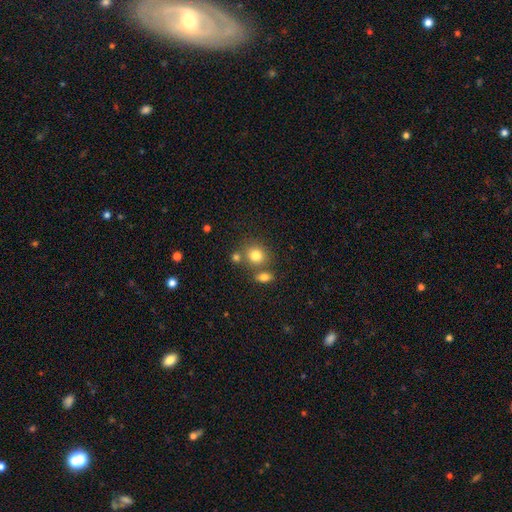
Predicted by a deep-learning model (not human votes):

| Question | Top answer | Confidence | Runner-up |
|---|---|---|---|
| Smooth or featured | smooth | 80% | star or artifact (11%) |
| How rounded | round | 76% | in between (23%) |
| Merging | none | 63% | merger (23%) |